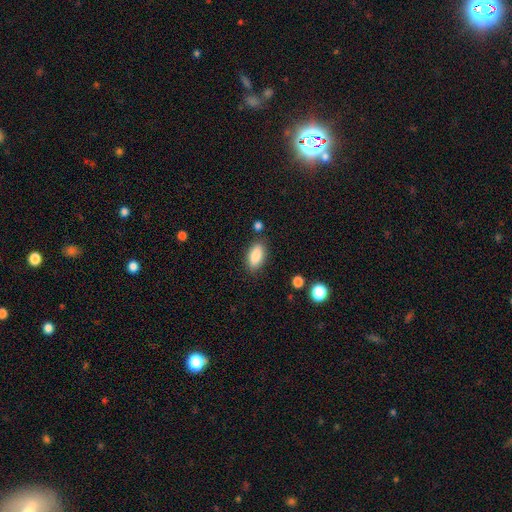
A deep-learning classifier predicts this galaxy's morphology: A smooth galaxy with no disk features (87%) that is in between round and cigar-shaped (88%).

Vote fractions:
- Smooth or featured? smooth: 87% / star or artifact: 7% / featured or disk: 6%
- How rounded? in between: 88% / cigar-shaped: 9% / round: 3%
- Merging? none: 83% / minor disturbance: 11% / major disturbance: 3% / merger: 3%